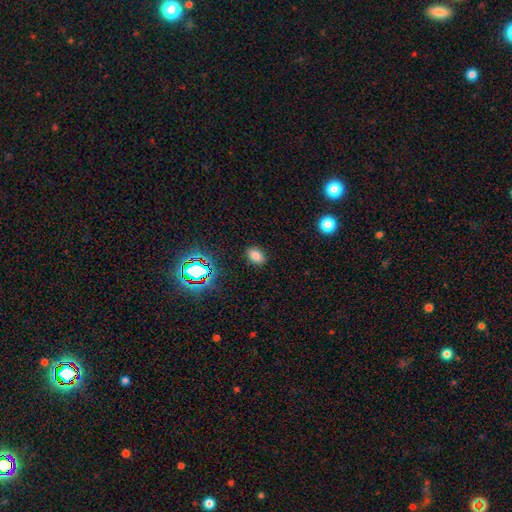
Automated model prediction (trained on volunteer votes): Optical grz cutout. It shows a smooth galaxy with no disk features (77%) that is in between round and cigar-shaped (83%). Merging: none (87%).